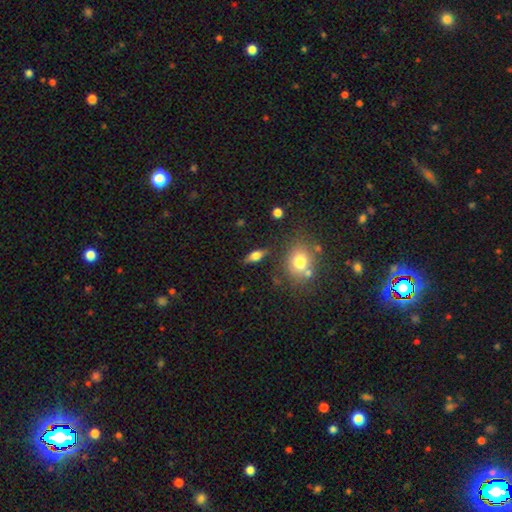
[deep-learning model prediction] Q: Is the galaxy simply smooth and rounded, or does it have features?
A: smooth — 57%.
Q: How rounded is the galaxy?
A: in between — 69%.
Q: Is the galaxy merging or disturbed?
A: none — 80%.